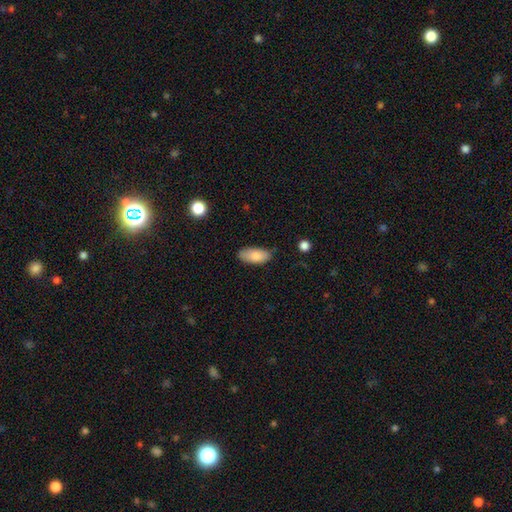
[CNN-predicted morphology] The model was most divided on "merging": none: 78%, minor disturbance: 17%, major disturbance: 3%, merger: 2%. More confident: how rounded — in between (89%); smooth or featured — smooth (85%).